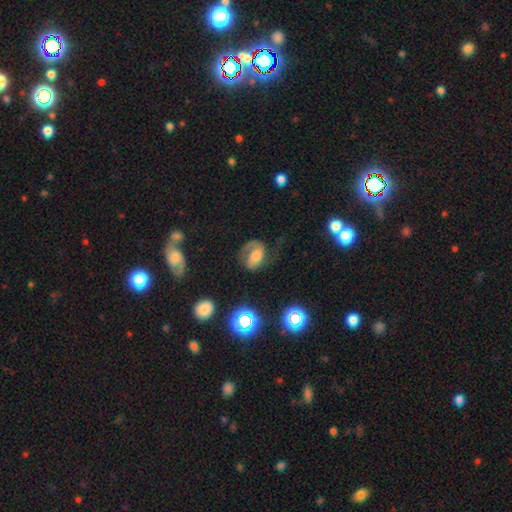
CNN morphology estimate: Overall: featured or disk (65%). Edge-on disk: no (97%). Bar: no (51%; weak 35%). Spiral arms: yes (90%). Spiral arm count: 2 (58%; 1 33%). Spiral winding: medium (47%; tight 28%). Bulge size: moderate (39%; large 24%). Merging: none (52%; major disturbance 25%).